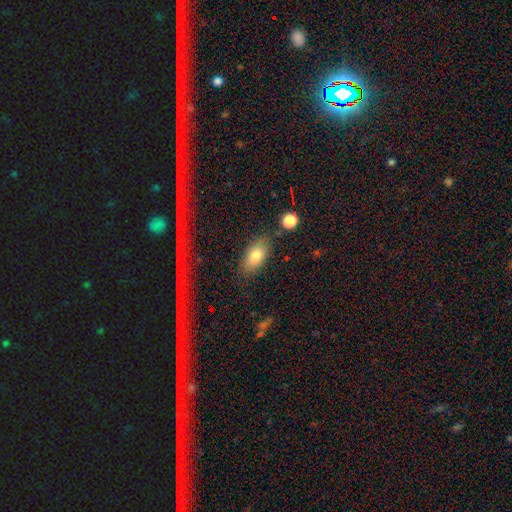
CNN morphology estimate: The model was most divided on "smooth or featured": smooth: 79%, featured or disk: 13%, star or artifact: 8%. More confident: how rounded — in between (90%); merging — none (80%).